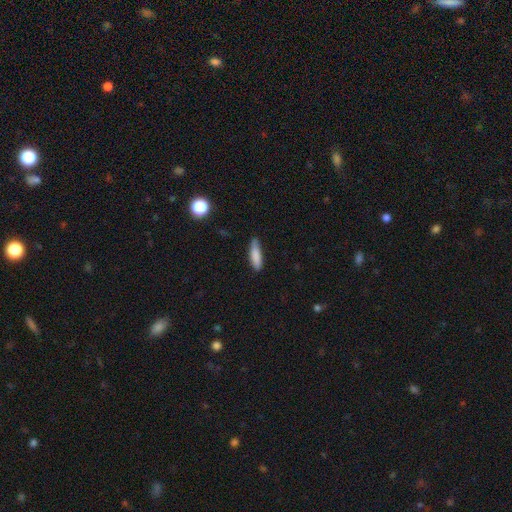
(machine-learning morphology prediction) Smooth or featured? Predicted: smooth (p=0.85). How rounded? Predicted: cigar-shaped (p=0.64). Merging? Predicted: none (p=0.78).